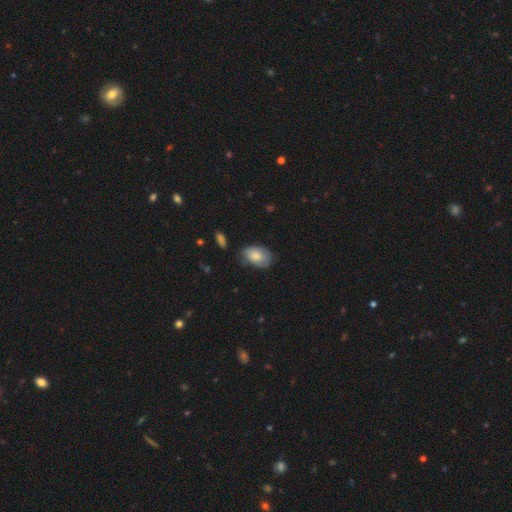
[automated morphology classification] Smooth or featured?
  - smooth: 78% *
  - featured or disk: 15%
  - star or artifact: 7%
How rounded?
  - in between: 88% *
  - round: 10%
  - cigar-shaped: 1%
Merging?
  - none: 59% *
  - minor disturbance: 31%
  - major disturbance: 8%
  - merger: 2%